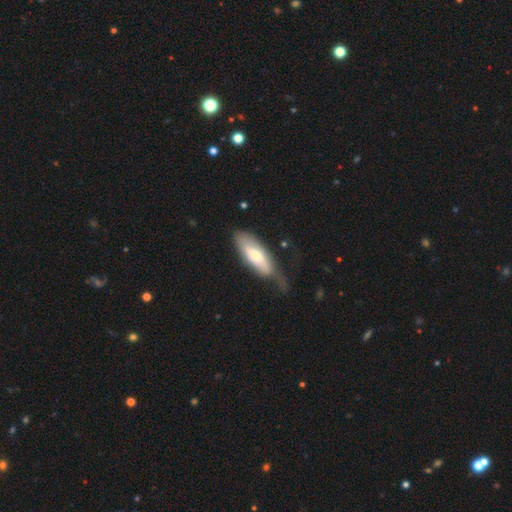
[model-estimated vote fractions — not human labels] Smooth or featured?
  - smooth: 53% *
  - featured or disk: 41%
  - star or artifact: 5%
How rounded?
  - in between: 67% *
  - cigar-shaped: 31%
  - round: 2%
Merging?
  - none: 38% *
  - minor disturbance: 37%
  - major disturbance: 22%
  - merger: 3%